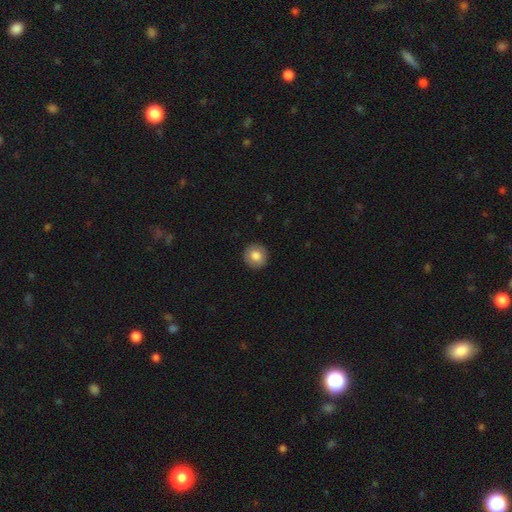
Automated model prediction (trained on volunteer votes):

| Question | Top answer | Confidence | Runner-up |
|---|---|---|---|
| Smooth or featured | smooth | 82% | featured or disk (10%) |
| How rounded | round | 91% | in between (8%) |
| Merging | none | 91% | minor disturbance (6%) |